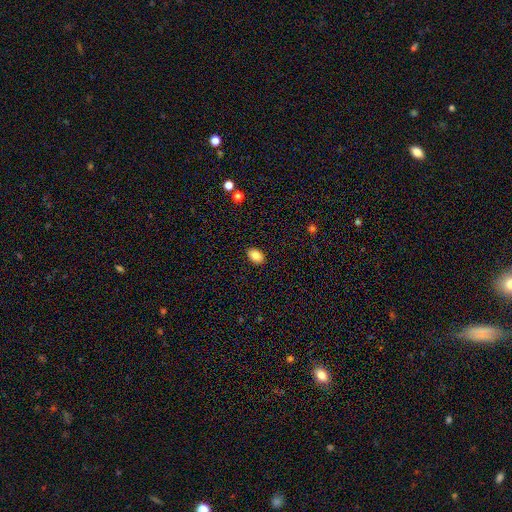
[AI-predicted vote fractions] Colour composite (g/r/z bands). It shows a smooth galaxy with no disk features (86%) that is in between round and cigar-shaped (84%). Merging: none (89%).